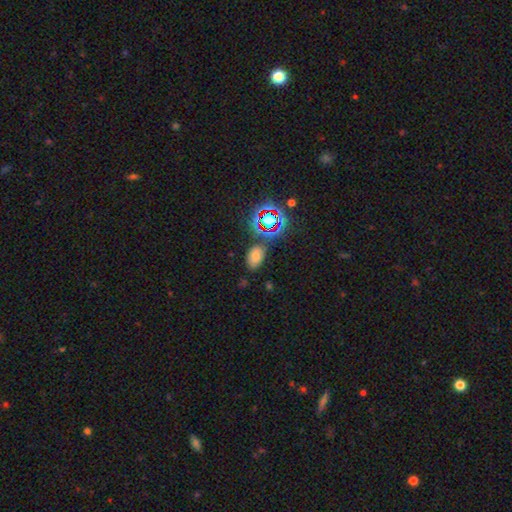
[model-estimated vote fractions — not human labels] smooth_or_featured: smooth (p=0.62) [alt: star or artifact p=0.29]
how_rounded: in between (p=0.87) [alt: round p=0.12]
merging: none (p=0.76) [alt: minor disturbance p=0.14]